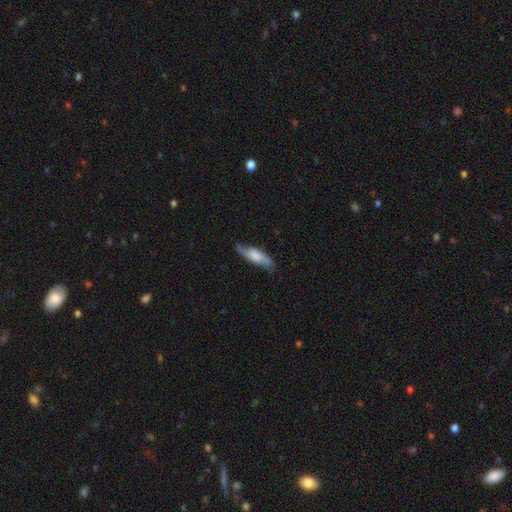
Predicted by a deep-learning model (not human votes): A featured or disk galaxy (55%).

Vote fractions:
- Smooth or featured? featured or disk: 55% / smooth: 39% / star or artifact: 6%
- Edge-on disk? no: 71% / yes: 29%
- Merging? none: 72% / minor disturbance: 21% / major disturbance: 6% / merger: 2%